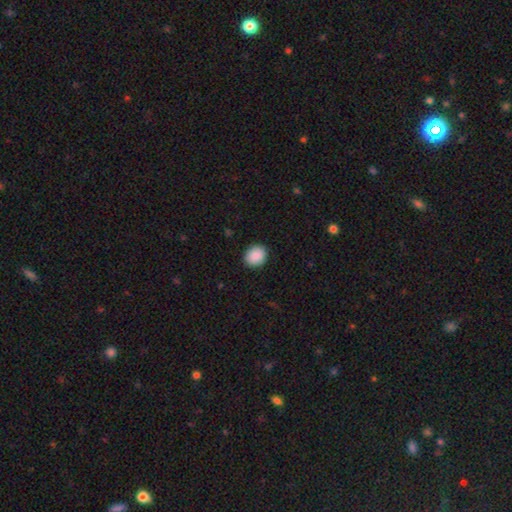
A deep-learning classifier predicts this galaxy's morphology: Smooth or featured? Predicted: smooth (p=0.89). How rounded? Predicted: round (p=0.74). Merging? Predicted: none (p=0.91).